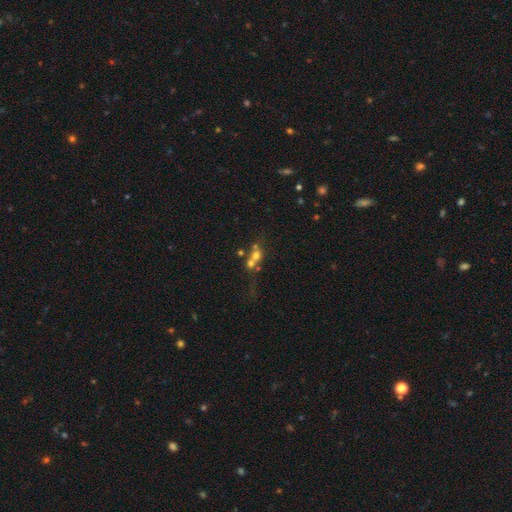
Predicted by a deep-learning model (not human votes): A smooth galaxy with no disk features (54%) that is round (74%).

Vote fractions:
- Smooth or featured? smooth: 54% / featured or disk: 27% / star or artifact: 18%
- How rounded? round: 74% / in between: 23% / cigar-shaped: 3%
- Merging? merger: 57% / none: 29% / major disturbance: 7% / minor disturbance: 7%